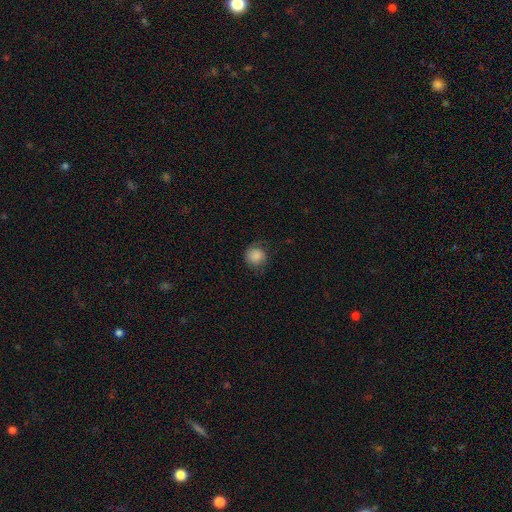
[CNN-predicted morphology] Smooth or featured: smooth — 79% (featured or disk — 13%)
How rounded: round — 87% (in between — 12%)
Merging: none — 70% (minor disturbance — 20%)